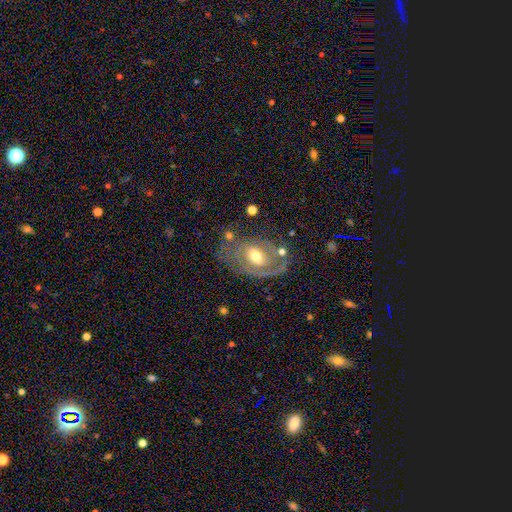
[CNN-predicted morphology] A featured or disk galaxy (73%) with no bar (48%), 2 (34%) tight (52%) spiral arms (73%) and a moderate central bulge (70%).

Vote fractions:
- Smooth or featured? featured or disk: 73% / smooth: 20% / star or artifact: 7%
- Edge-on disk? no: 95% / yes: 5%
- Bar? no: 48% / weak: 39% / strong: 13%
- Spiral arms? yes: 73% / no: 27%
- Spiral winding? tight: 52% / medium: 34% / loose: 14%
- Spiral arm count? 2: 34% / 1: 30% / can't tell: 27% / 3: 5% / 4: 2% / more than 4: 2%
- Bulge size? moderate: 70% / small: 18% / large: 10% / none: 1% / dominant: 1%
- Merging? none: 51% / minor disturbance: 24% / major disturbance: 18% / merger: 7%